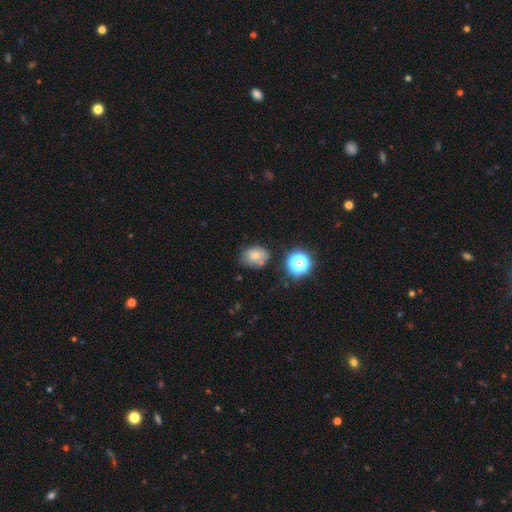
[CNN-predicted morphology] smooth 71%, star or artifact 15%, featured or disk 14%. Down the decision tree: how rounded — in between (57%); merging — none (65%).